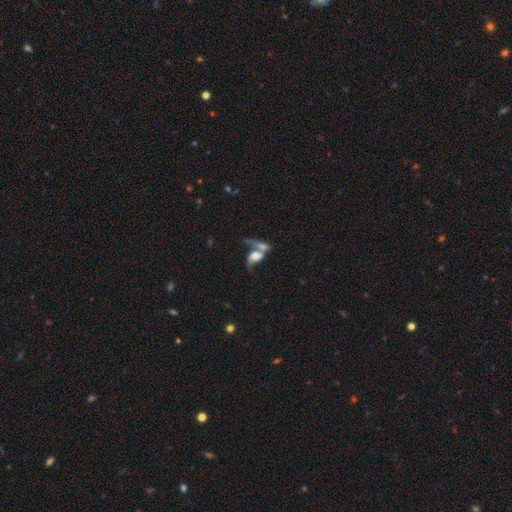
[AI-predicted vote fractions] The model was most divided on "bulge size": large: 36%, moderate: 22%, none: 18%, small: 12%, dominant: 11%. More confident: edge-on disk — no (92%); spiral arms — yes (78%); bar — no (65%); merging — merger (64%); smooth or featured — featured or disk (56%).